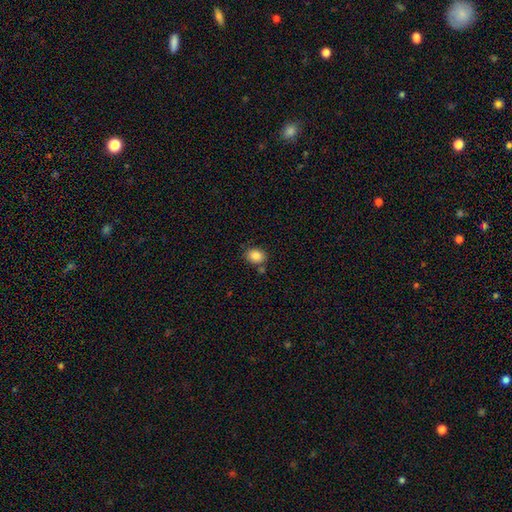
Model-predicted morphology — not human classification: A smooth galaxy with no disk features (86%) that is in between round and cigar-shaped (54%).

Vote fractions:
- Smooth or featured? smooth: 86% / star or artifact: 9% / featured or disk: 6%
- How rounded? in between: 54% / round: 45% / cigar-shaped: 1%
- Merging? none: 76% / minor disturbance: 12% / merger: 9% / major disturbance: 3%